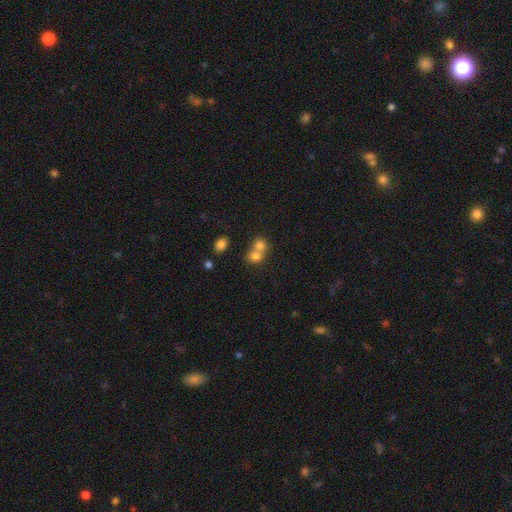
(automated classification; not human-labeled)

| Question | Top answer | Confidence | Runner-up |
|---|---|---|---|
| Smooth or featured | smooth | 75% | star or artifact (13%) |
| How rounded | round | 68% | in between (31%) |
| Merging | merger | 59% | none (32%) |